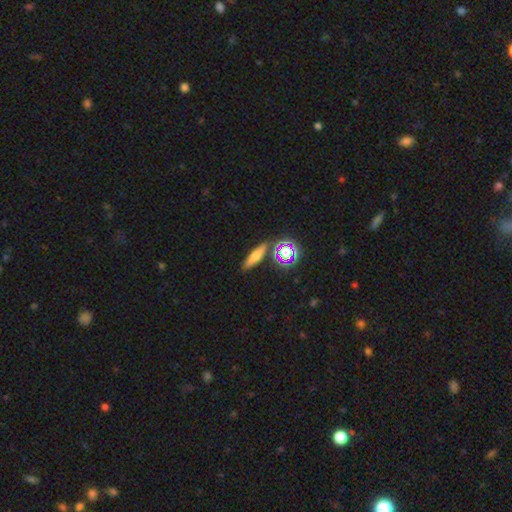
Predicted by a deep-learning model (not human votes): A smooth galaxy with no disk features (51%) that is cigar-shaped (59%).

Vote fractions:
- Smooth or featured? smooth: 51% / featured or disk: 27% / star or artifact: 22%
- How rounded? cigar-shaped: 59% / in between: 28% / round: 12%
- Merging? none: 81% / minor disturbance: 10% / merger: 6% / major disturbance: 3%